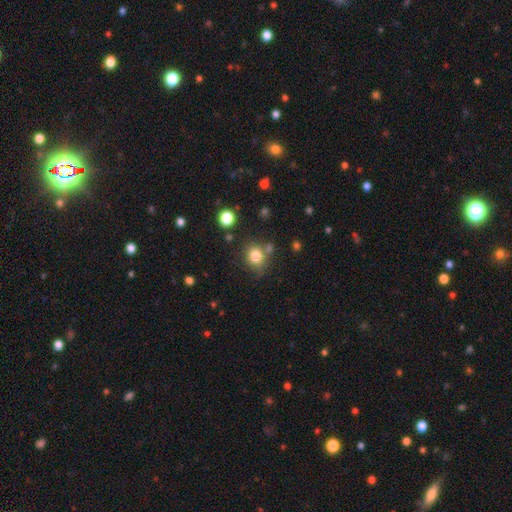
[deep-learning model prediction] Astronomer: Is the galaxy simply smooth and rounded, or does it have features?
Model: smooth — 80%.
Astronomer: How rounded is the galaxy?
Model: round — 74%.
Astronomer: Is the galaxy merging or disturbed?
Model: none — 67%.